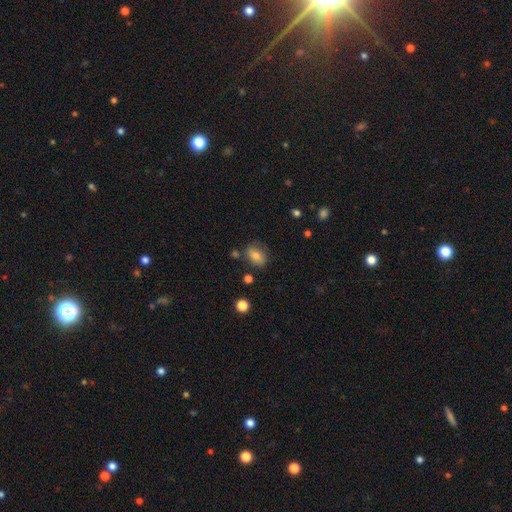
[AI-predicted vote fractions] smooth-or-featured: smooth: 73% | featured or disk: 17% | star or artifact: 10%
  how-rounded: in between: 69% | round: 29% | cigar-shaped: 2%
  merging: none: 70% | minor disturbance: 19% | major disturbance: 6% | merger: 5%